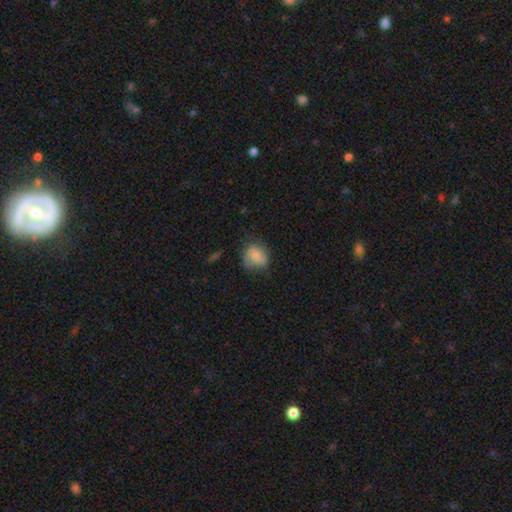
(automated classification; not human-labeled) smooth-or-featured: smooth: 69% | featured or disk: 23% | star or artifact: 8%
  how-rounded: round: 66% | in between: 33% | cigar-shaped: 1%
  merging: none: 62% | minor disturbance: 27% | major disturbance: 10% | merger: 2%